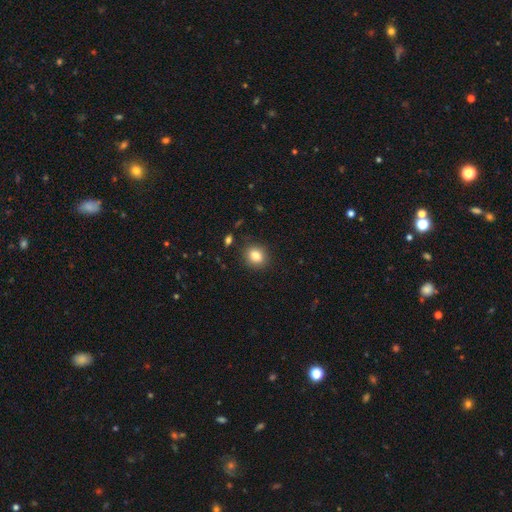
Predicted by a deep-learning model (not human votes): Q: Smooth or featured?
A: smooth (84%); runner-up: star or artifact (10%)
Q: How rounded?
A: round (63%); runner-up: in between (36%)
Q: Merging?
A: none (88%); runner-up: minor disturbance (8%)